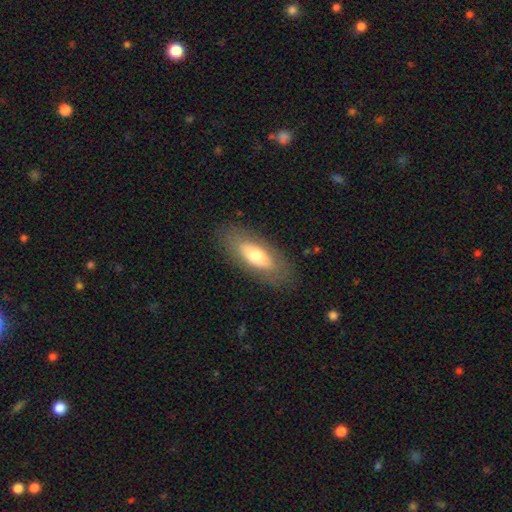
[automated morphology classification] Smooth or featured? smooth (62%)
How rounded? in between (82%)
Merging? none (83%)